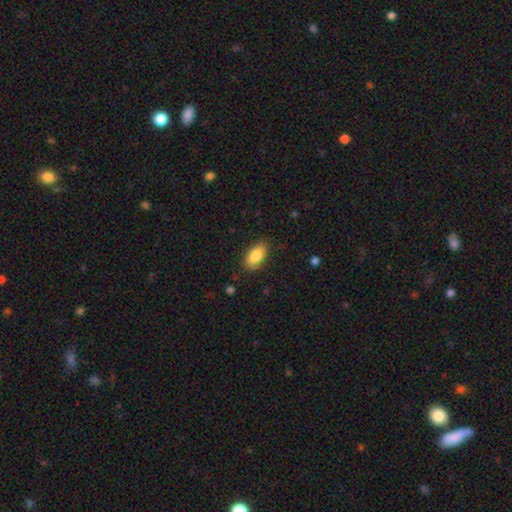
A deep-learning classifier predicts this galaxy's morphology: Smooth or featured? Predicted: smooth (p=0.86). How rounded? Predicted: in between (p=0.91). Merging? Predicted: none (p=0.84).